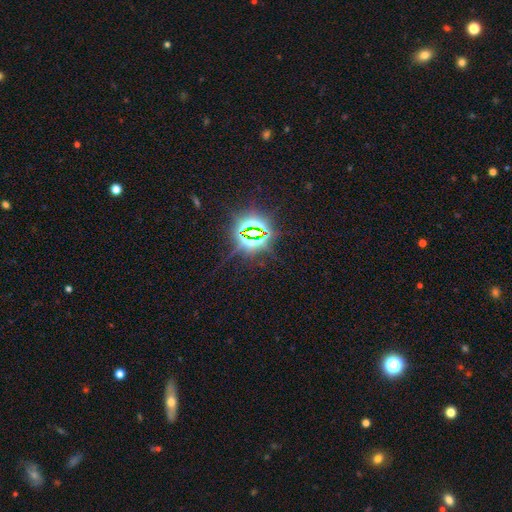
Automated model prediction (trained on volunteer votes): Smooth or featured: star or artifact — 79% (smooth — 15%)